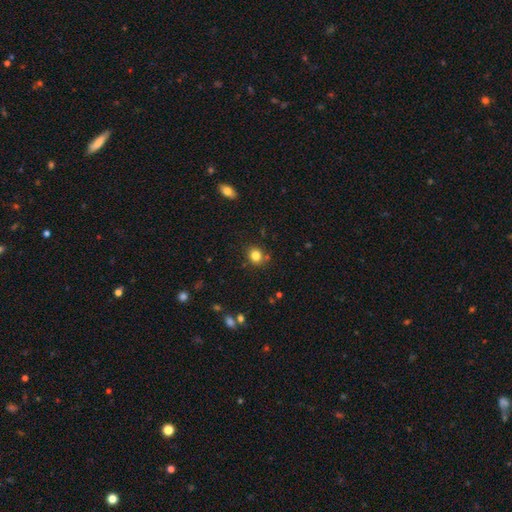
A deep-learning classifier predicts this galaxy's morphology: Smooth or featured?
  - smooth: 82% *
  - star or artifact: 12%
  - featured or disk: 6%
How rounded?
  - round: 77% *
  - in between: 22%
  - cigar-shaped: 1%
Merging?
  - none: 80% *
  - minor disturbance: 11%
  - merger: 6%
  - major disturbance: 3%